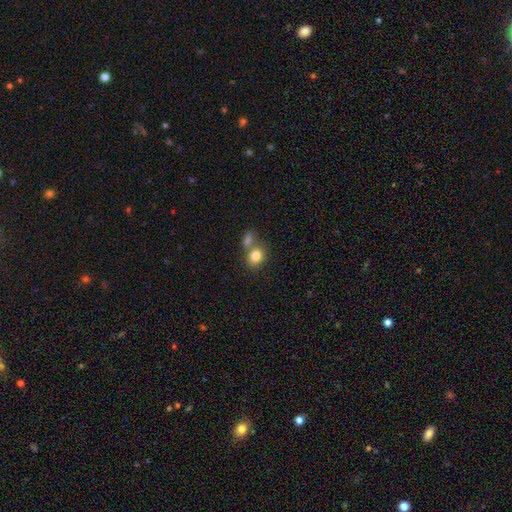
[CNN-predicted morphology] Smooth or featured? Predicted: smooth (p=0.81). How rounded? Predicted: round (p=0.57). Merging? Predicted: none (p=0.47).